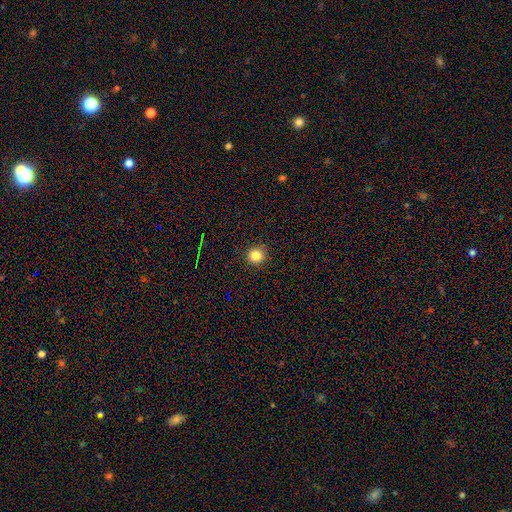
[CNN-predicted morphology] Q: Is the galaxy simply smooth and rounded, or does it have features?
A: smooth — 83%.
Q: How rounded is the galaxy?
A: round — 92%.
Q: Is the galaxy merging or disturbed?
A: none — 91%.